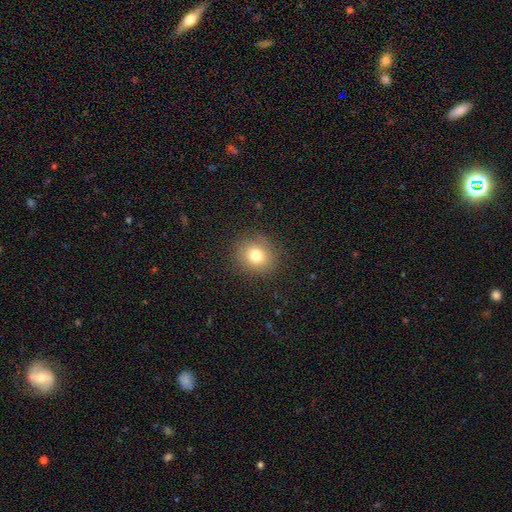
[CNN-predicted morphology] smooth_or_featured: smooth (p=0.78) [alt: star or artifact p=0.12]
how_rounded: round (p=0.80) [alt: in between p=0.19]
merging: none (p=0.86) [alt: minor disturbance p=0.09]